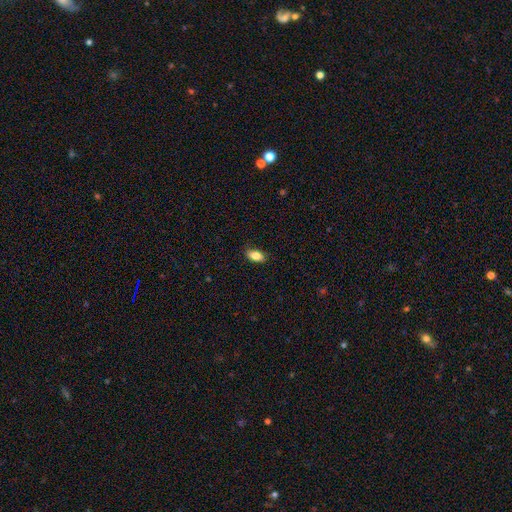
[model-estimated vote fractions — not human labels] Overall: smooth (84%). How rounded: in between (90%). Merging: none (82%).